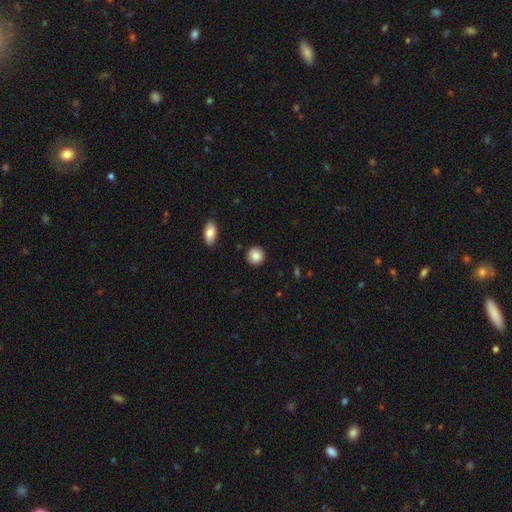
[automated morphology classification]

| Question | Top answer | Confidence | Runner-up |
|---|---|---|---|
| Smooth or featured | smooth | 88% | star or artifact (8%) |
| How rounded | round | 90% | in between (9%) |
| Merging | none | 90% | minor disturbance (6%) |